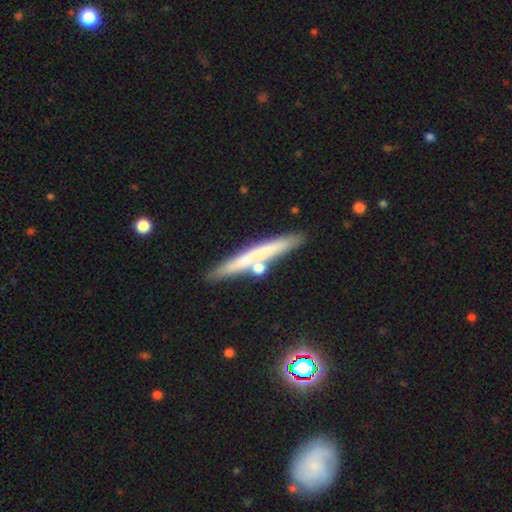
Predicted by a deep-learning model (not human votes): smooth 52%, featured or disk 39%, star or artifact 9%. Down the decision tree: how rounded — cigar-shaped (94%); merging — none (79%).